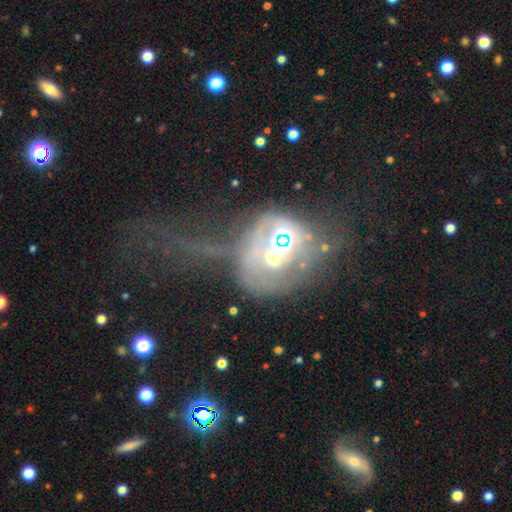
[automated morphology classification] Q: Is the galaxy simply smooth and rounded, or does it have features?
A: featured or disk — 59%.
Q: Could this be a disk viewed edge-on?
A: no — 93%.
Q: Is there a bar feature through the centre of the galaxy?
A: no — 86%.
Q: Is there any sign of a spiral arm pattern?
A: no — 74%.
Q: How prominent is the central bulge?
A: moderate — 51%.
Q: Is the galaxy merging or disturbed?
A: merger — 49%.